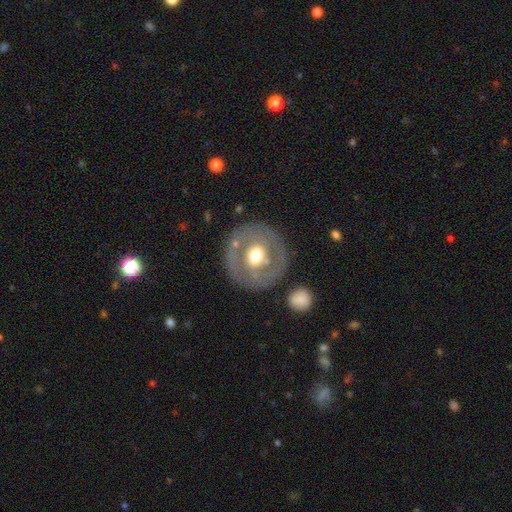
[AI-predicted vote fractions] This is possibly a featured or disk galaxy (55%). It is clearly not viewed edge-on (94%). Bar: possibly no (59%). Spiral arm pattern: clearly no (81%). Central bulge: likely moderate (66%). Merging: likely none (80%).